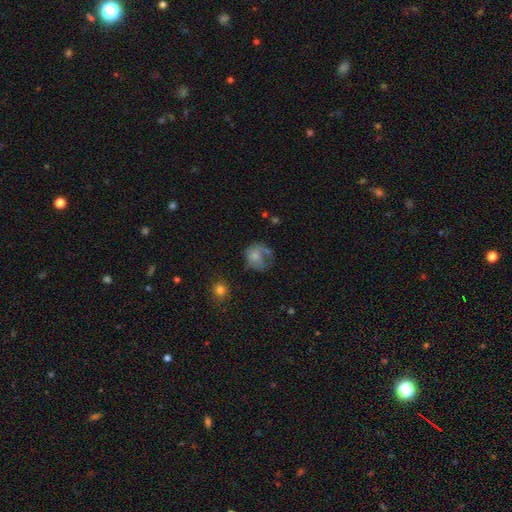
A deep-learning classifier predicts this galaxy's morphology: Smooth or featured? Predicted: smooth (p=0.55). How rounded? Predicted: round (p=0.66). Merging? Predicted: major disturbance (p=0.35).